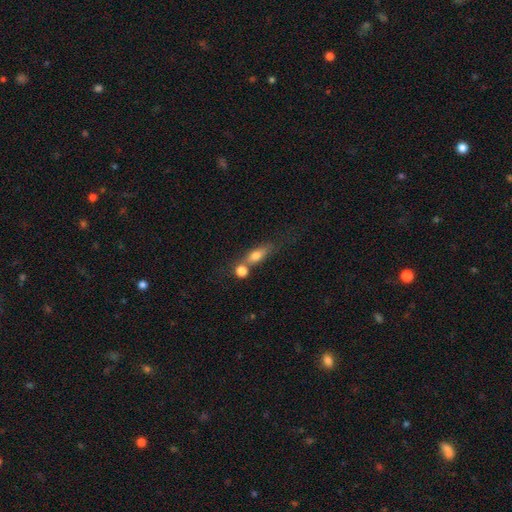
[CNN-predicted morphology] A smooth galaxy with no disk features (72%) that is in between round and cigar-shaped (55%).

Vote fractions:
- Smooth or featured? smooth: 72% / featured or disk: 19% / star or artifact: 9%
- How rounded? in between: 55% / cigar-shaped: 26% / round: 18%
- Merging? merger: 45% / none: 36% / minor disturbance: 12% / major disturbance: 7%